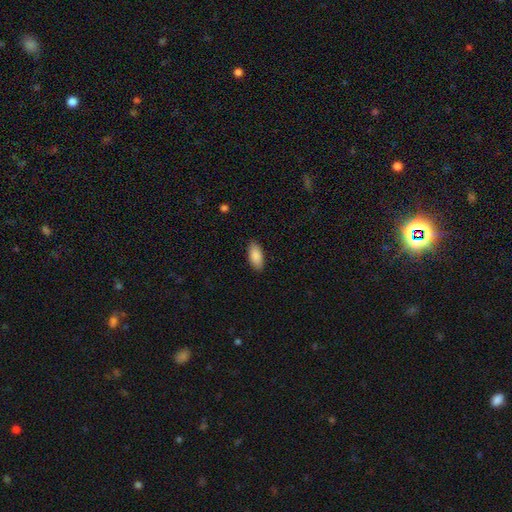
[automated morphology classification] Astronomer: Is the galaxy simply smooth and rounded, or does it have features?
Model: smooth — 89%.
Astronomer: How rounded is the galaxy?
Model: in between — 91%.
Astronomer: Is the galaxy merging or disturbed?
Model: none — 89%.